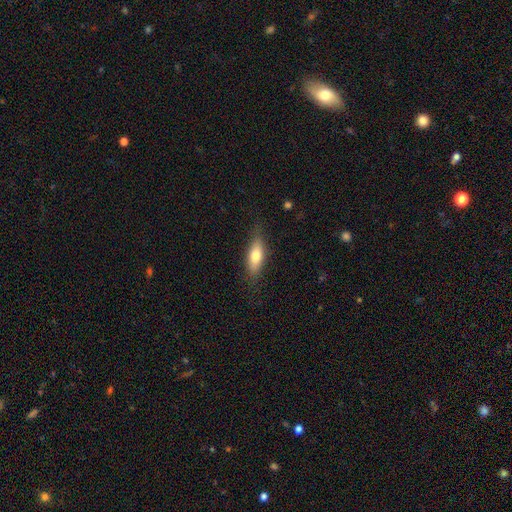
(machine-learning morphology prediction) Smooth or featured? Predicted: smooth (p=0.70). How rounded? Predicted: in between (p=0.64). Merging? Predicted: none (p=0.80).